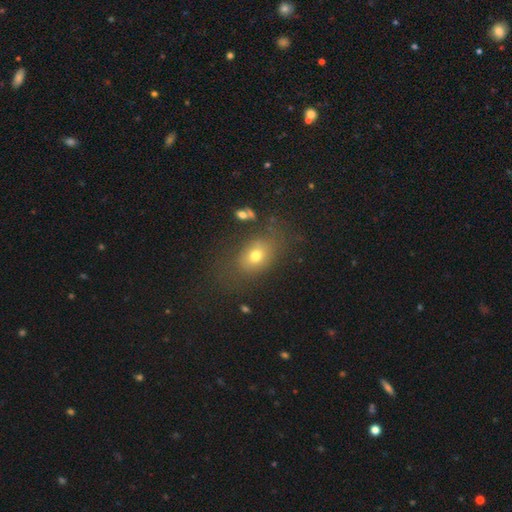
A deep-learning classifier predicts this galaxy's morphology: smooth 69%, featured or disk 15%, star or artifact 15%. Down the decision tree: how rounded — in between (70%); merging — none (69%).